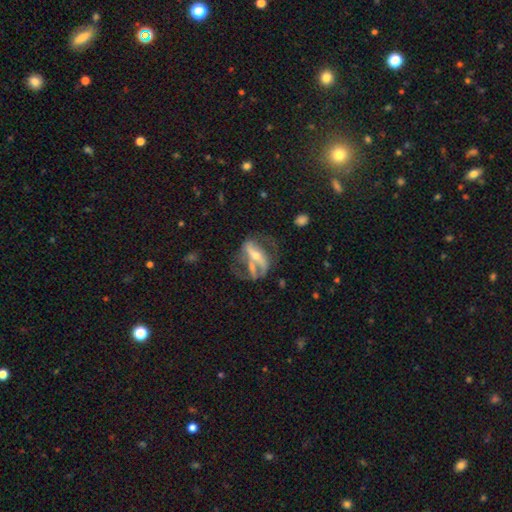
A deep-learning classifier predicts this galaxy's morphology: Smooth or featured? featured or disk (77%)
Edge-on disk? no (83%)
Bar? strong (63%)
Spiral arms? yes (71%)
Bulge size? small (49%)
Merging? none (40%)